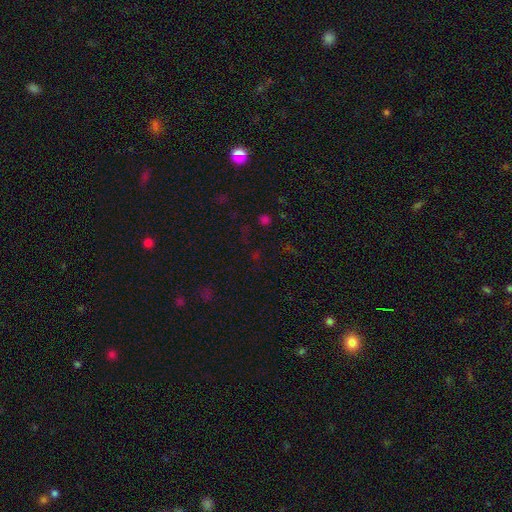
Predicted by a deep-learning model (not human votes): The model was most divided on "smooth or featured": star or artifact: 64%, smooth: 28%, featured or disk: 8%.